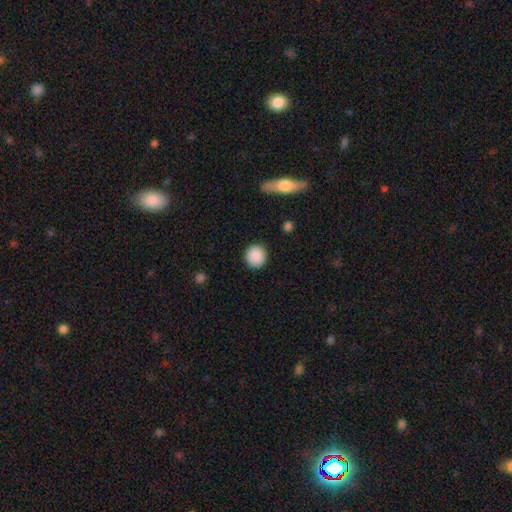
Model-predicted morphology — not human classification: This appears to be a smooth galaxy with no disk features (89%) that is round (92%). Merging: none (91%).